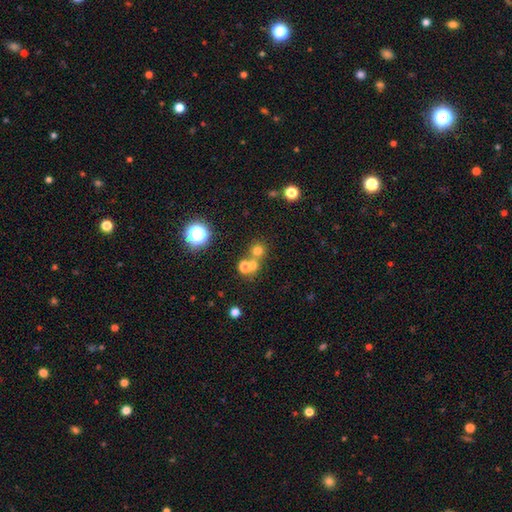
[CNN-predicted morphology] Smooth or featured? Predicted: smooth (p=0.57). How rounded? Predicted: round (p=0.88). Merging? Predicted: none (p=0.52).